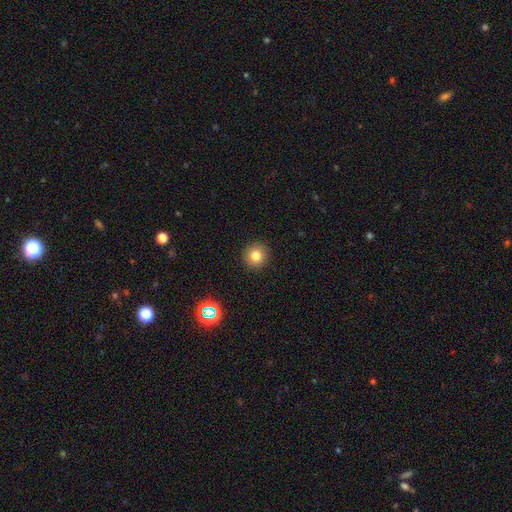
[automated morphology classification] Q: Smooth or featured?
A: smooth (80%); runner-up: star or artifact (13%)
Q: How rounded?
A: round (94%); runner-up: in between (5%)
Q: Merging?
A: none (92%); runner-up: minor disturbance (5%)